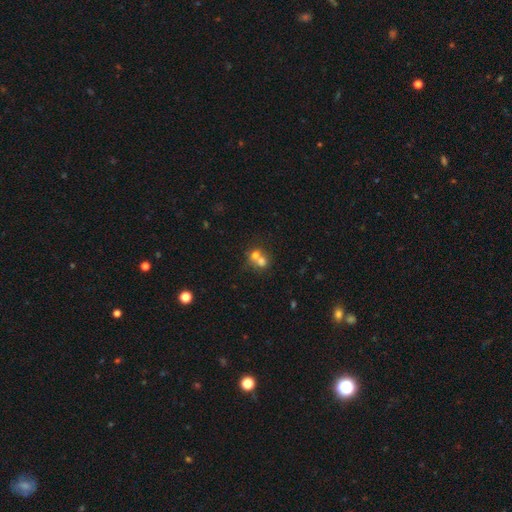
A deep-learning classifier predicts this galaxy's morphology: This appears to be a smooth galaxy with no disk features (66%) that is round (75%). Merging: merger (65%).